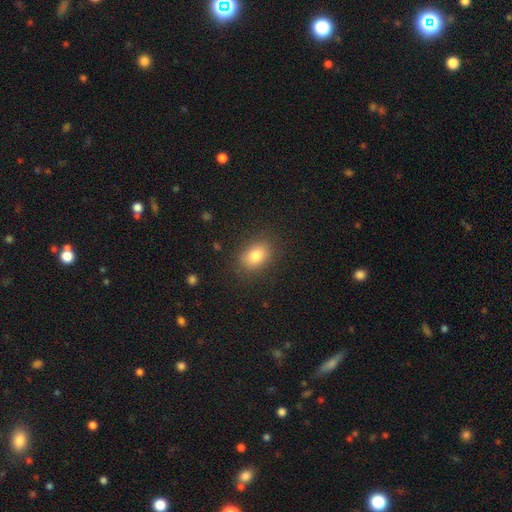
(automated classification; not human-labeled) Smooth or featured? smooth (80%)
How rounded? in between (68%)
Merging? none (84%)